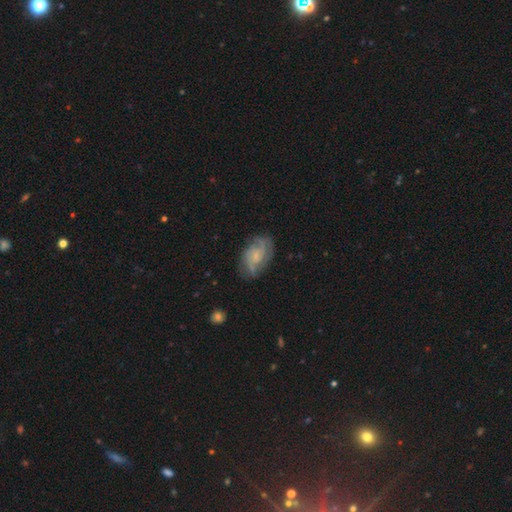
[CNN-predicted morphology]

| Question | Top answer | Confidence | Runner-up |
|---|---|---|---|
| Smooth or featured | featured or disk | 71% | smooth (22%) |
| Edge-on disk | no | 97% | yes (3%) |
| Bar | no | 68% | weak (28%) |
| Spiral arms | yes | 92% | no (8%) |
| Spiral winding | tight | 43% | medium (42%) |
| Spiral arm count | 2 | 43% | can't tell (27%) |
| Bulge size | small | 59% | none (19%) |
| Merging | none | 72% | minor disturbance (20%) |